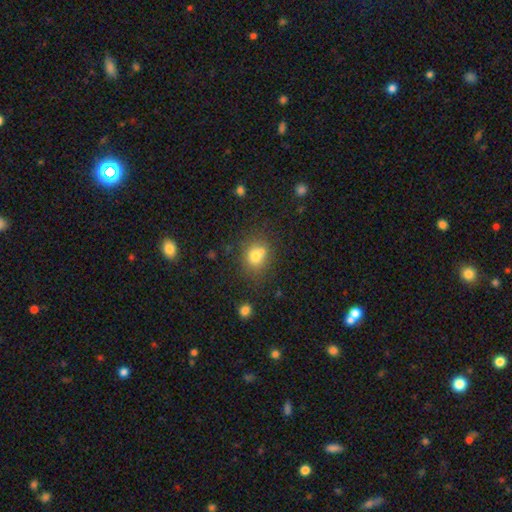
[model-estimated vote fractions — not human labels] smooth-or-featured: smooth: 73% | featured or disk: 14% | star or artifact: 14%
  how-rounded: round: 71% | in between: 28% | cigar-shaped: 1%
  merging: none: 57% | merger: 24% | minor disturbance: 14% | major disturbance: 5%